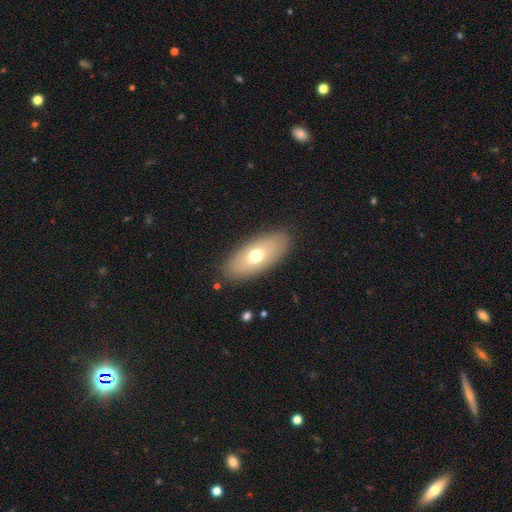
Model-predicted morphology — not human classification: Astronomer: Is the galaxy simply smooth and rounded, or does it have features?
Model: smooth — 66%.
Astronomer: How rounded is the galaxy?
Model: in between — 87%.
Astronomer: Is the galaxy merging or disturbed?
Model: none — 87%.